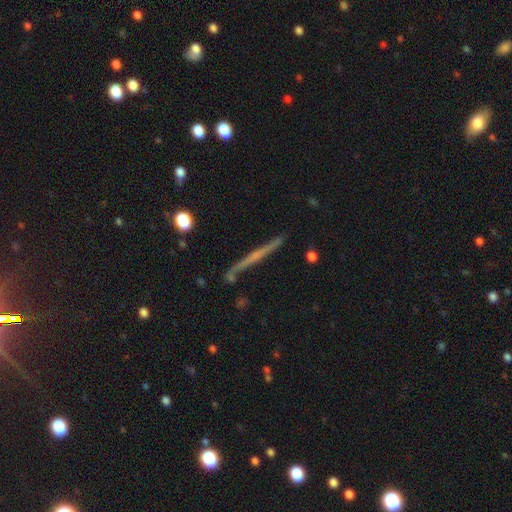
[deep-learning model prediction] Smooth or featured? Predicted: featured or disk (p=0.65). Edge-on disk? Predicted: yes (p=0.97). Edge-on bulge? Predicted: none (p=0.72). Merging? Predicted: none (p=0.84).